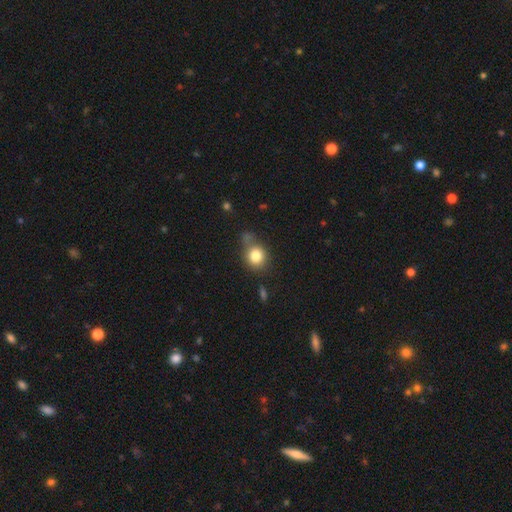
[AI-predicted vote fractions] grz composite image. It shows a smooth galaxy with no disk features (81%) that is round (76%). Merging: none (58%).